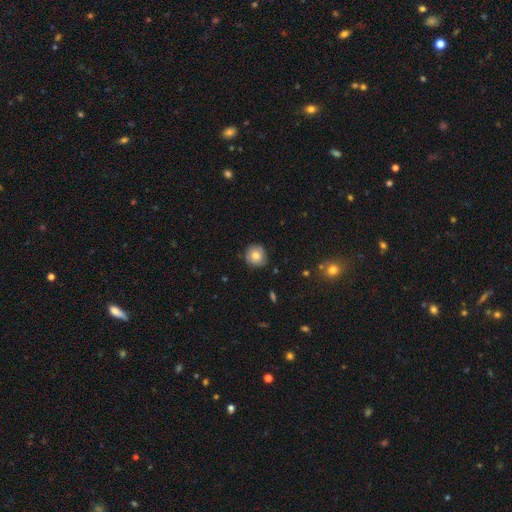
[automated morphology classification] smooth_or_featured: smooth (p=0.79) [alt: featured or disk p=0.12]
how_rounded: round (p=0.90) [alt: in between p=0.09]
merging: none (p=0.83) [alt: minor disturbance p=0.13]